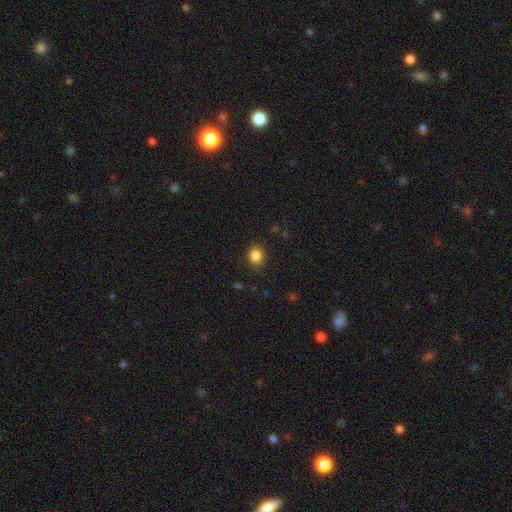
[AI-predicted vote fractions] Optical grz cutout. It shows a smooth galaxy with no disk features (85%) that is round (74%). Merging: none (86%).